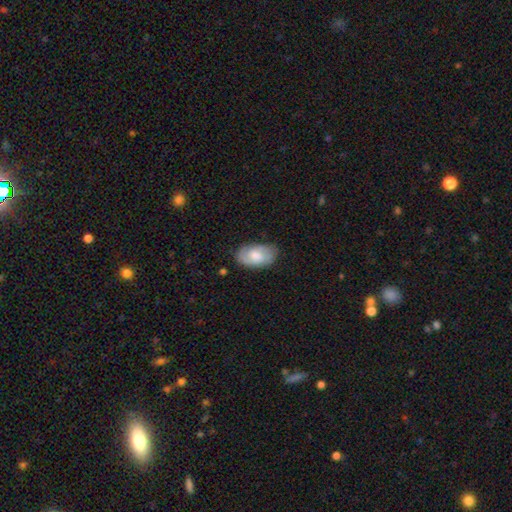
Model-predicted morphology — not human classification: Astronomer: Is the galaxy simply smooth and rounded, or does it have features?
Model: smooth — 59% (runner-up: featured or disk, 35%).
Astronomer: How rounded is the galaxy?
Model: in between — 93%.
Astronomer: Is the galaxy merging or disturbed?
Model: none — 76%.